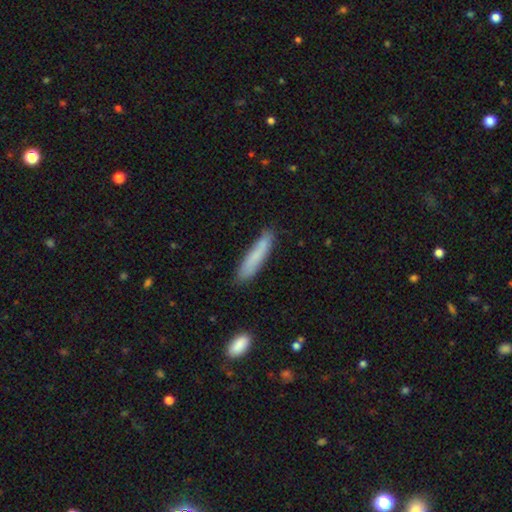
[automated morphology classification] A smooth galaxy with no disk features (76%) that is cigar-shaped (88%).

Vote fractions:
- Smooth or featured? smooth: 76% / featured or disk: 17% / star or artifact: 7%
- How rounded? cigar-shaped: 88% / in between: 10% / round: 1%
- Merging? none: 82% / minor disturbance: 13% / major disturbance: 2% / merger: 2%